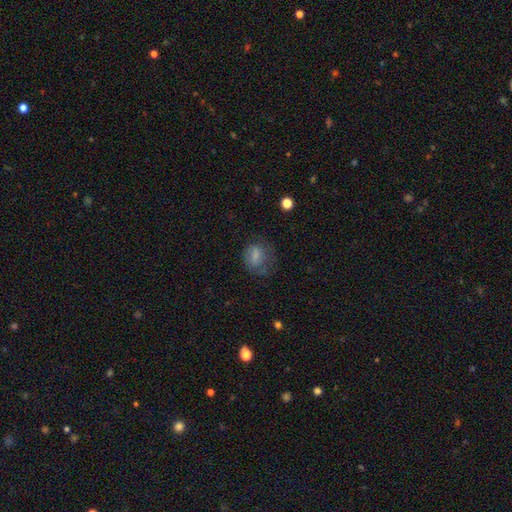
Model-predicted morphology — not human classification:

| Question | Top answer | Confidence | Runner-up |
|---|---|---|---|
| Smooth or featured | smooth | 69% | featured or disk (20%) |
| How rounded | round | 51% | in between (47%) |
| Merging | none | 48% | minor disturbance (26%) |